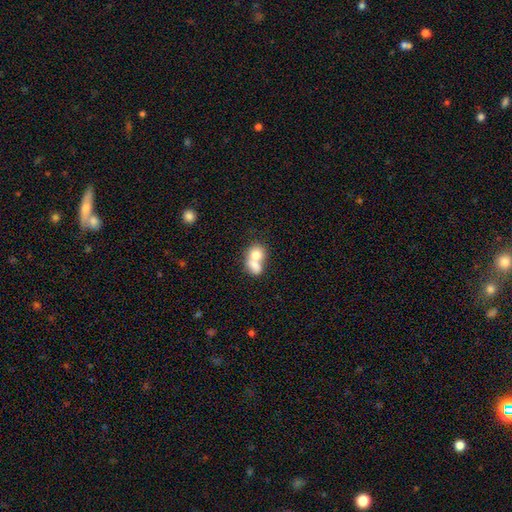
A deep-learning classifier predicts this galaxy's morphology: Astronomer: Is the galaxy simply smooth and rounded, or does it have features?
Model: smooth — 73%.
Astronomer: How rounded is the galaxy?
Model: round — 50% (runner-up: in between, 49%).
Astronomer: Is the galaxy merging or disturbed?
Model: merger — 72%.